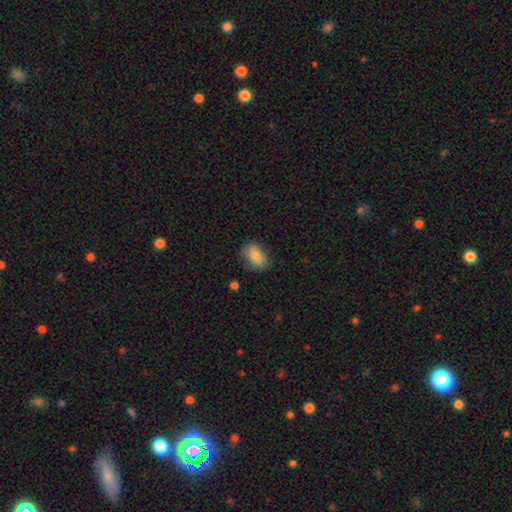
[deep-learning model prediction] A smooth galaxy with no disk features (83%) that is in between round and cigar-shaped (84%).

Vote fractions:
- Smooth or featured? smooth: 83% / featured or disk: 10% / star or artifact: 8%
- How rounded? in between: 84% / round: 14% / cigar-shaped: 2%
- Merging? none: 77% / minor disturbance: 18% / major disturbance: 4% / merger: 1%